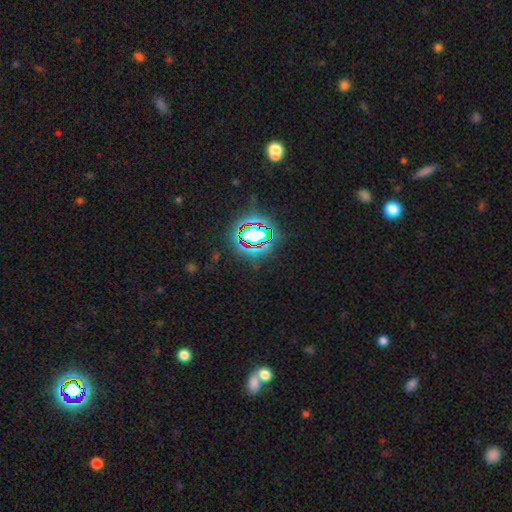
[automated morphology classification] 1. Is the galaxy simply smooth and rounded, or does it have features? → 79% star or artifact, 13% smooth, 8% featured or disk.